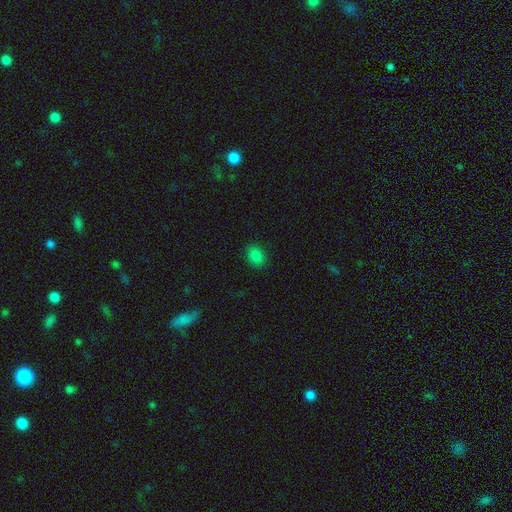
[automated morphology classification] Overall: smooth (84%). How rounded: in between (64%; round 35%). Merging: none (88%).